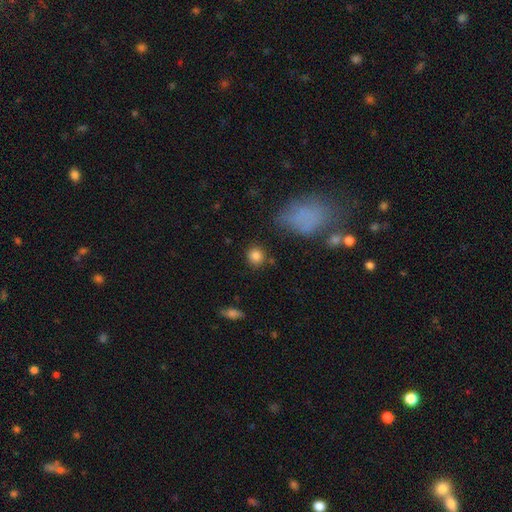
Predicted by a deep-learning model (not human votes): Smooth or featured? Predicted: smooth (p=0.84). How rounded? Predicted: round (p=0.88). Merging? Predicted: none (p=0.83).